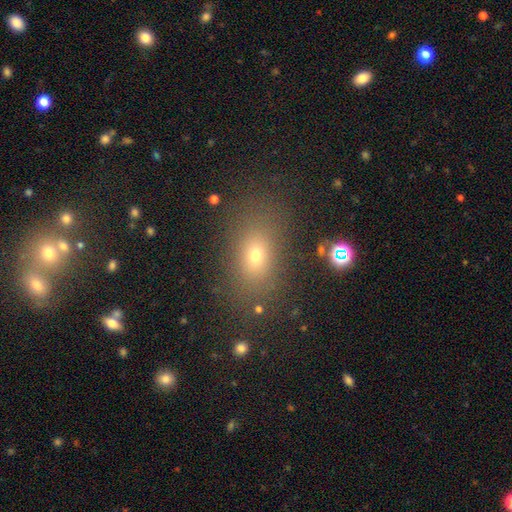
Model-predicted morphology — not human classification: The model was most divided on "smooth or featured": smooth: 66%, star or artifact: 21%, featured or disk: 13%. More confident: merging — none (83%); how rounded — in between (72%).